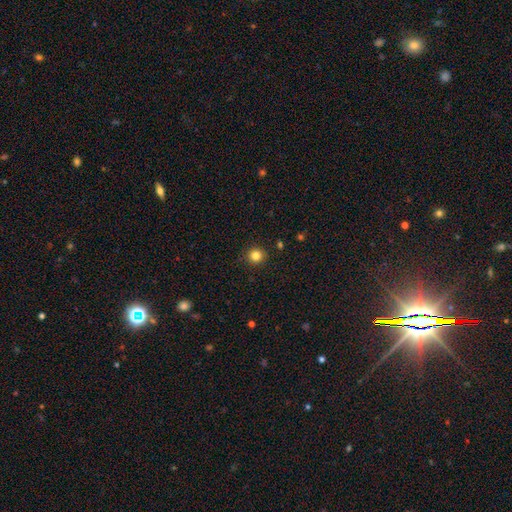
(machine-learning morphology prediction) Smooth or featured? Predicted: smooth (p=0.83). How rounded? Predicted: round (p=0.94). Merging? Predicted: none (p=0.91).